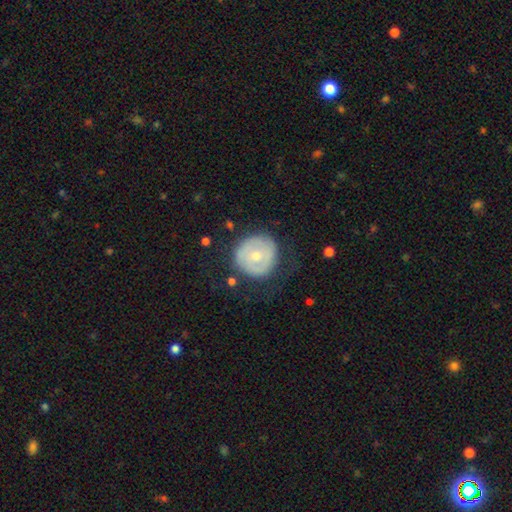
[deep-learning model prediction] Q: Smooth or featured?
A: smooth (49%); runner-up: featured or disk (45%)
Q: Merging?
A: none (67%); runner-up: minor disturbance (22%)